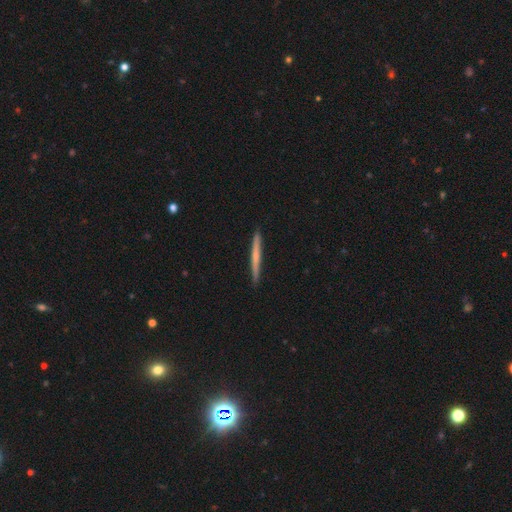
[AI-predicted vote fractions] smooth-or-featured: smooth: 49% | featured or disk: 46% | star or artifact: 5%
  merging: none: 92% | minor disturbance: 6% | major disturbance: 1% | merger: 1%